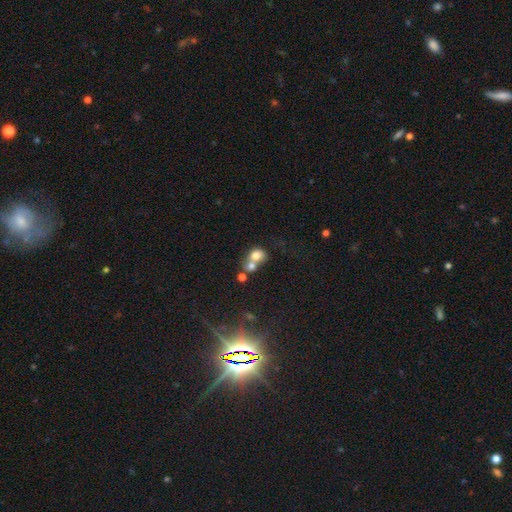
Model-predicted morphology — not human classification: This appears to be a smooth galaxy with no disk features (72%) that is round (64%). Merging: merger (61%).